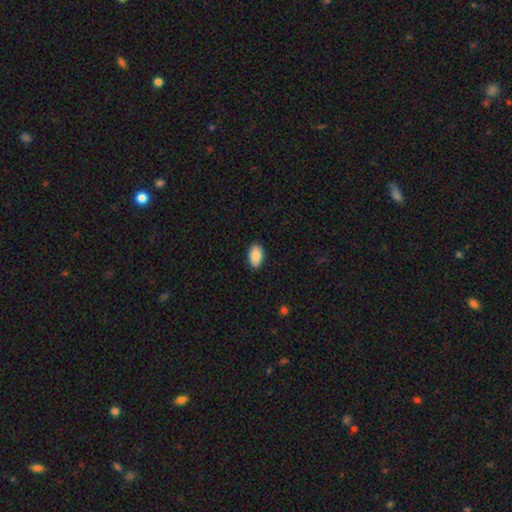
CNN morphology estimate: The model was most divided on "merging": none: 88%, minor disturbance: 10%, major disturbance: 2%, merger: 1%. More confident: how rounded — in between (93%); smooth or featured — smooth (88%).